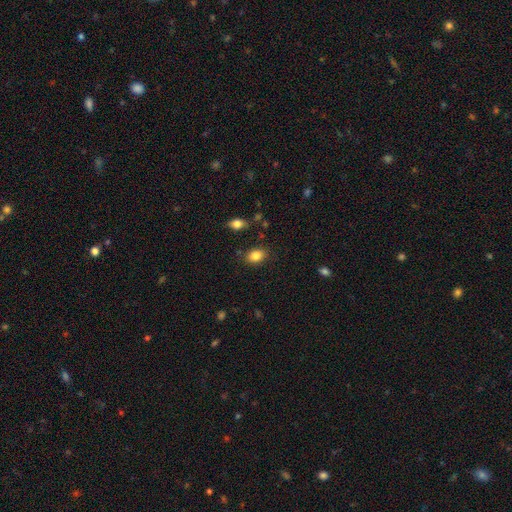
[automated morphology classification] Smooth or featured? smooth (85%)
How rounded? in between (78%)
Merging? none (83%)